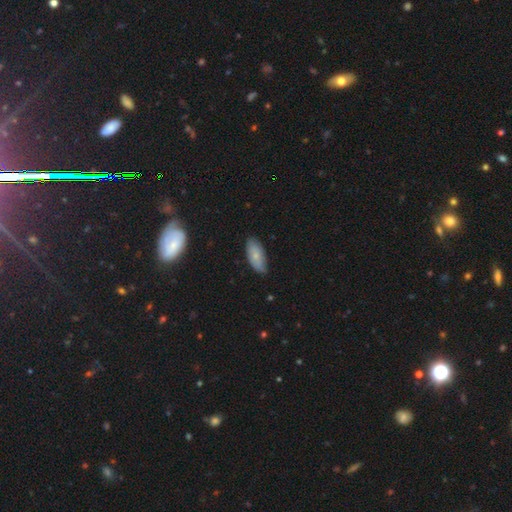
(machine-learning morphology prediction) Smooth or featured? Predicted: smooth (p=0.70). How rounded? Predicted: in between (p=0.90). Merging? Predicted: none (p=0.72).